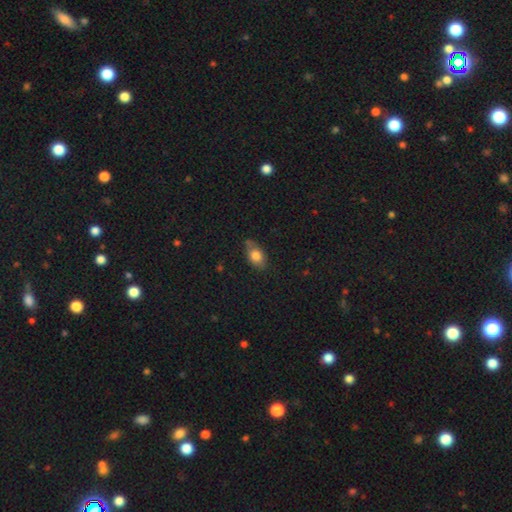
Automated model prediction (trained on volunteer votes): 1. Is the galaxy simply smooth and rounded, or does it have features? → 80% smooth, 12% featured or disk, 8% star or artifact.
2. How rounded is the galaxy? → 85% in between, 11% round, 4% cigar-shaped.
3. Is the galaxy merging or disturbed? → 66% none, 26% minor disturbance, 5% major disturbance, 3% merger.